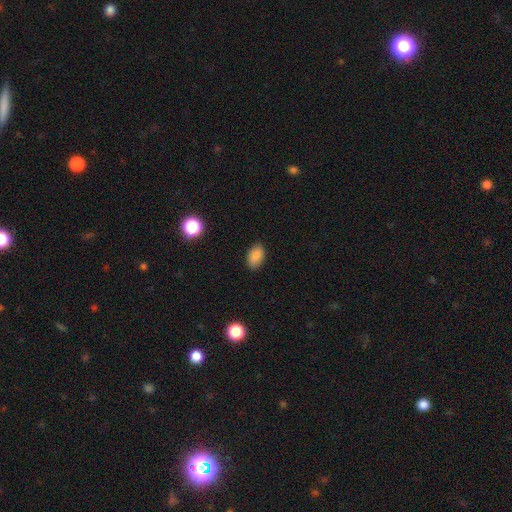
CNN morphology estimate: smooth-or-featured: smooth: 84% | star or artifact: 10% | featured or disk: 6%
  how-rounded: in between: 89% | round: 10% | cigar-shaped: 1%
  merging: none: 86% | minor disturbance: 11% | major disturbance: 2% | merger: 1%